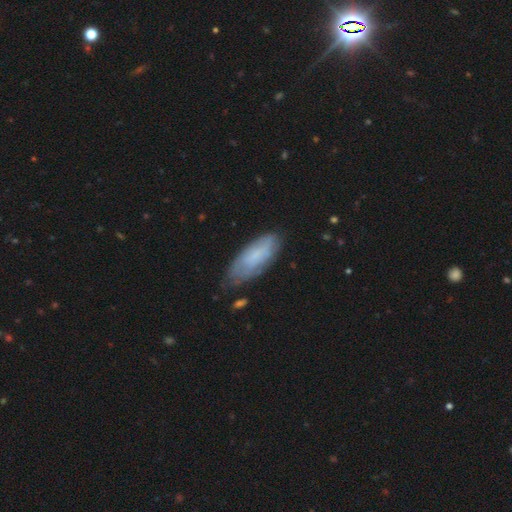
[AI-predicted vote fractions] Smooth or featured: smooth — 60% (featured or disk — 33%)
How rounded: in between — 77% (cigar-shaped — 21%)
Merging: none — 64% (minor disturbance — 27%)